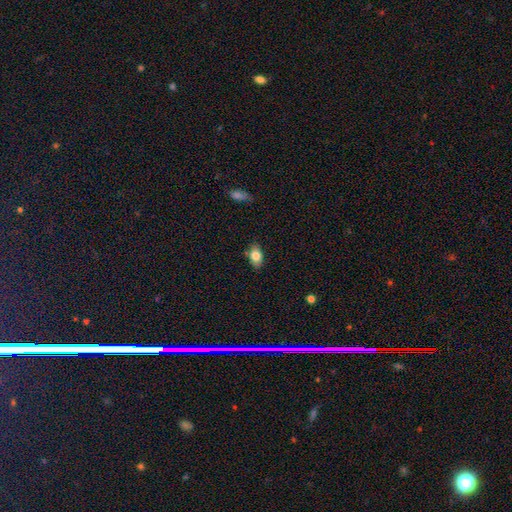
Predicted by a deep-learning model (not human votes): The model was most divided on "merging": none: 82%, minor disturbance: 14%, major disturbance: 2%, merger: 2%. More confident: how rounded — in between (87%); smooth or featured — smooth (81%).